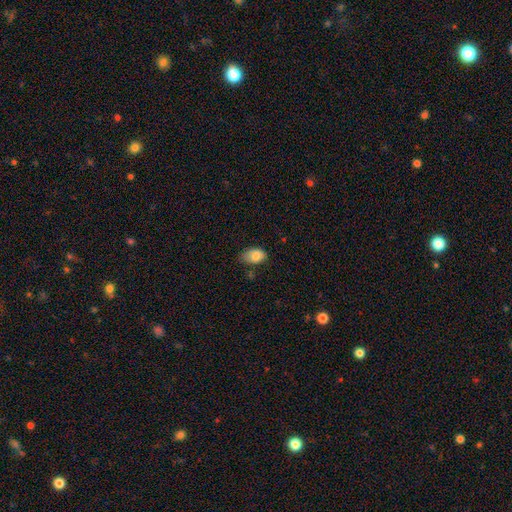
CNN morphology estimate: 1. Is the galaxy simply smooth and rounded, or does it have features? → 83% smooth, 9% featured or disk, 8% star or artifact.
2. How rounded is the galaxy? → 88% in between, 11% round, 1% cigar-shaped.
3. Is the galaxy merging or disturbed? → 58% none, 33% minor disturbance, 6% major disturbance, 3% merger.